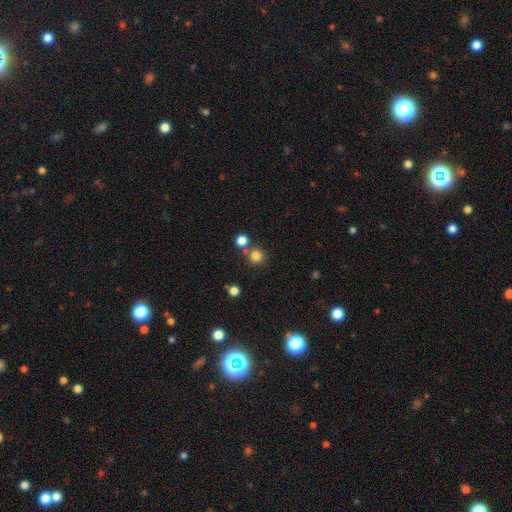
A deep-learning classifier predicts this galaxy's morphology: This is clearly a smooth galaxy (80%). How rounded: clearly round (94%). Merging: likely none (71%).